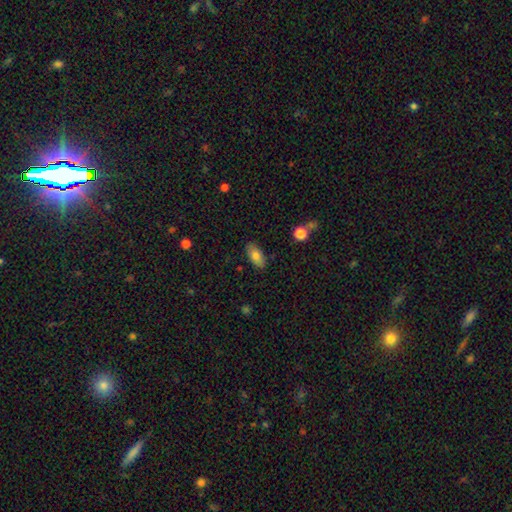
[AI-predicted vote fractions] smooth-or-featured: smooth: 81% | featured or disk: 12% | star or artifact: 7%
  how-rounded: in between: 91% | cigar-shaped: 6% | round: 3%
  merging: none: 86% | minor disturbance: 10% | major disturbance: 2% | merger: 2%